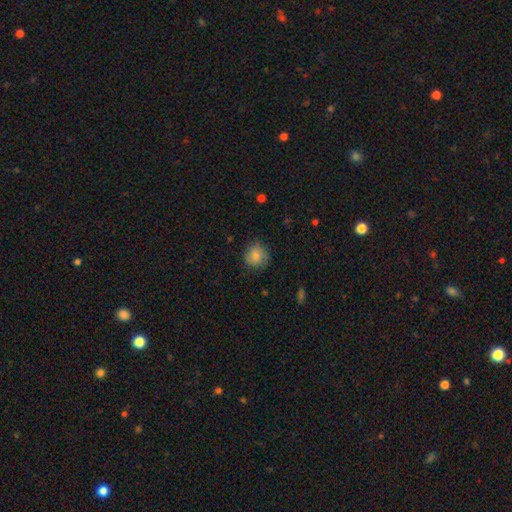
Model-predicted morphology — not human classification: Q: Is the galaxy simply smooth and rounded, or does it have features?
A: smooth — 81%.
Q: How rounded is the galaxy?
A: round — 88%.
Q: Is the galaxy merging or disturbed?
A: none — 78%.